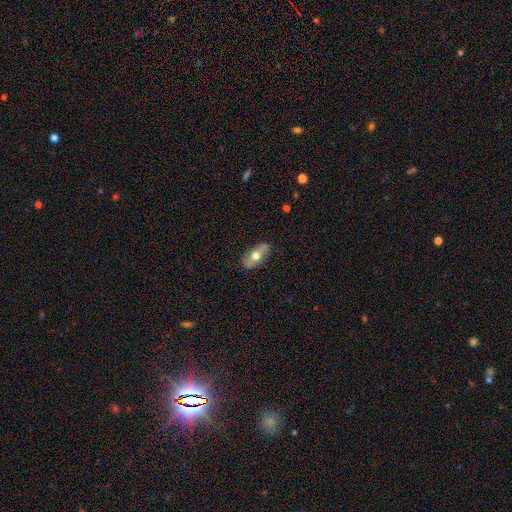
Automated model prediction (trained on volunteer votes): Morphology: type=smooth (50%); merging=none (83%).